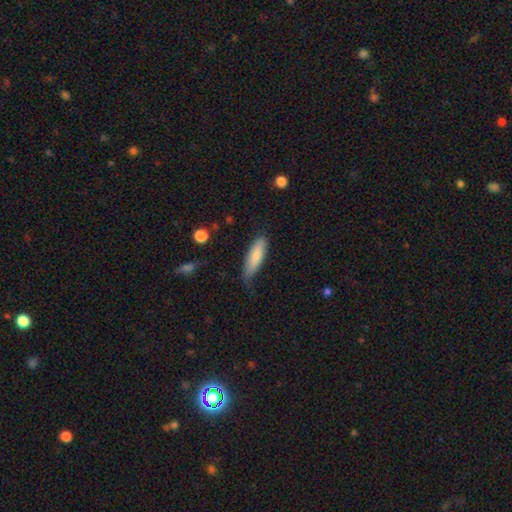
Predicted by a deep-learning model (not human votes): Smooth or featured: smooth — 82% (featured or disk — 13%)
How rounded: in between — 51% (cigar-shaped — 48%)
Merging: none — 57% (minor disturbance — 33%)